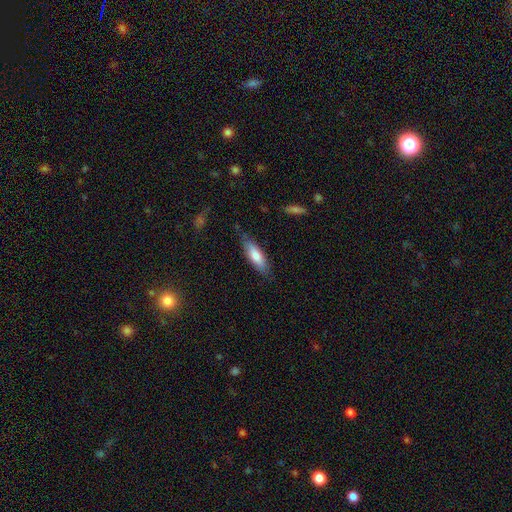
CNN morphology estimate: smooth_or_featured: smooth (p=0.74) [alt: featured or disk p=0.20]
how_rounded: in between (p=0.51) [alt: cigar-shaped p=0.48]
merging: none (p=0.76) [alt: minor disturbance p=0.19]